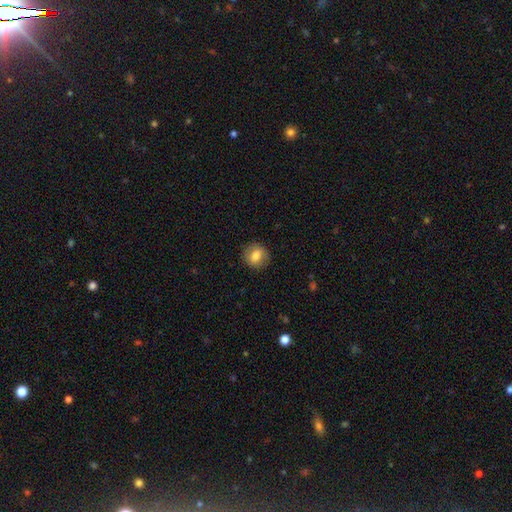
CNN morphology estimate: Q: Smooth or featured?
A: smooth (74%); runner-up: featured or disk (17%)
Q: How rounded?
A: round (78%); runner-up: in between (21%)
Q: Merging?
A: none (87%); runner-up: minor disturbance (9%)